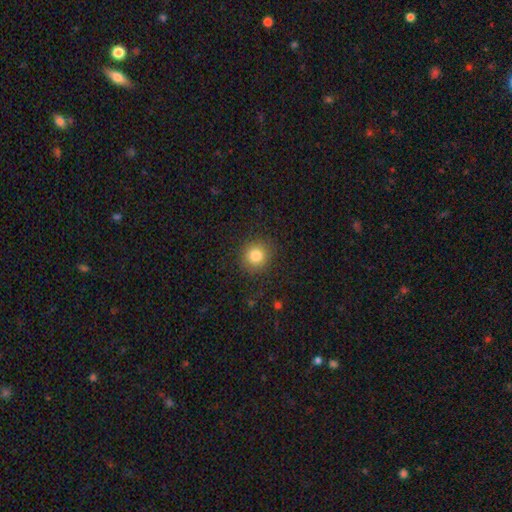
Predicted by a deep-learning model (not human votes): smooth 83%, star or artifact 11%, featured or disk 6%. Down the decision tree: how rounded — round (87%); merging — none (88%).